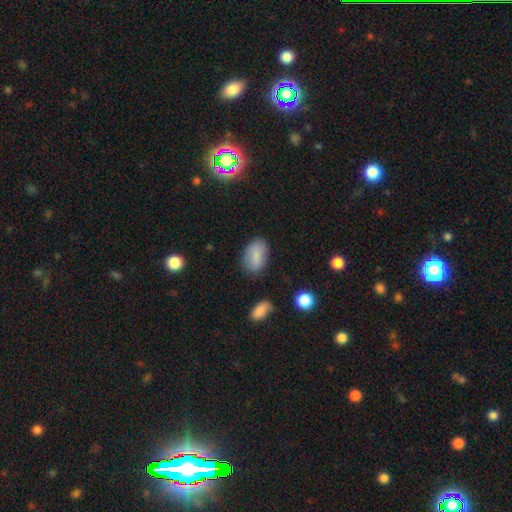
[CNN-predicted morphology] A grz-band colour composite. It shows a smooth galaxy with no disk features (80%) that is in between round and cigar-shaped (89%). Merging: none (78%).